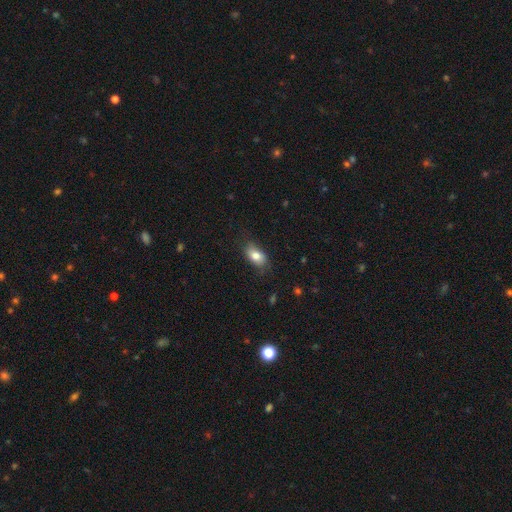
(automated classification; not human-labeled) A smooth galaxy with no disk features (80%) that is in between round and cigar-shaped (88%).

Vote fractions:
- Smooth or featured? smooth: 80% / featured or disk: 12% / star or artifact: 8%
- How rounded? in between: 88% / round: 9% / cigar-shaped: 4%
- Merging? none: 75% / minor disturbance: 19% / major disturbance: 5% / merger: 1%